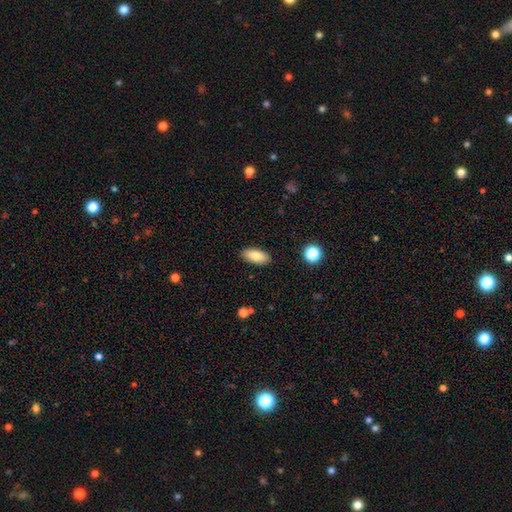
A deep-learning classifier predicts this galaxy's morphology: This is clearly a smooth galaxy (82%). How rounded: clearly in between (87%). Merging: clearly none (89%).